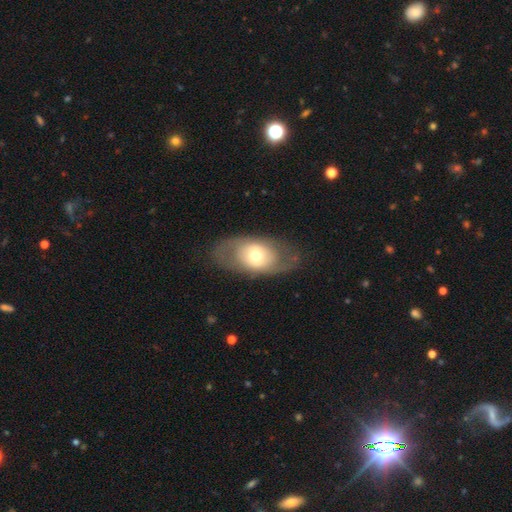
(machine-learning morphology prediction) type=featured or disk (51%); edge-on=no (88%); merging=none (76%).